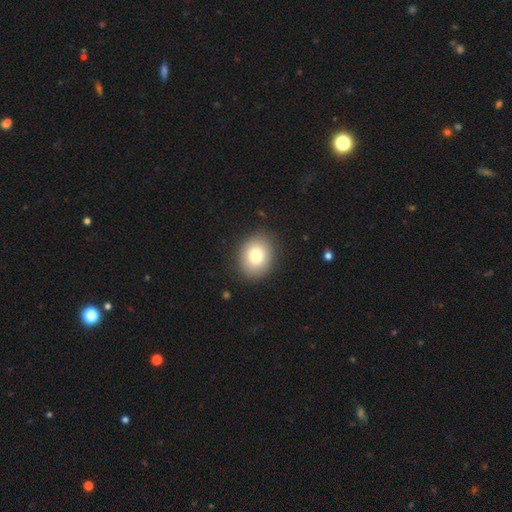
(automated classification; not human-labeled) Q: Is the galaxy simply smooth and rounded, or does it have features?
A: smooth — 81%.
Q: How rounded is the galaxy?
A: round — 52%.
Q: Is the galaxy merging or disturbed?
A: none — 87%.